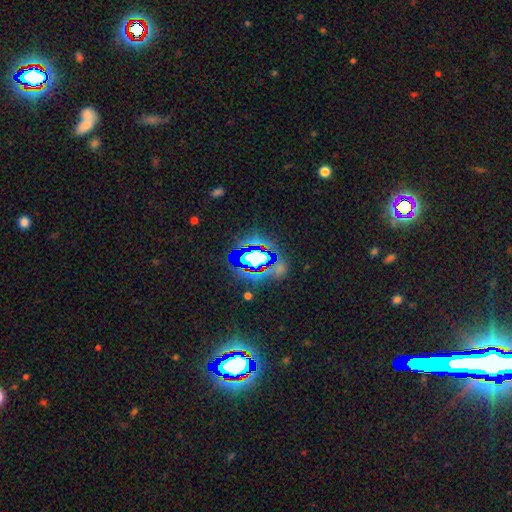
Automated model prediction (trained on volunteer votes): Q: Smooth or featured?
A: star or artifact (57%); runner-up: smooth (24%)